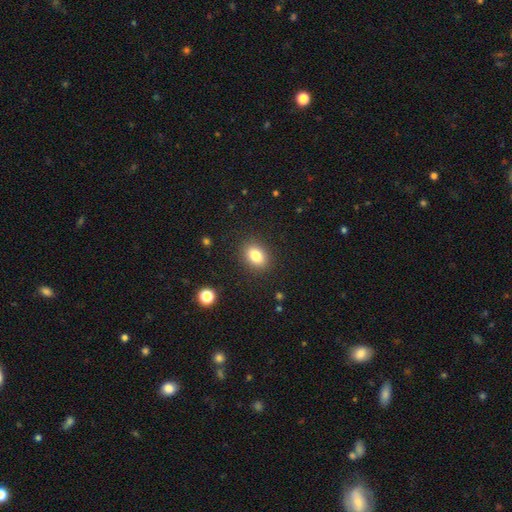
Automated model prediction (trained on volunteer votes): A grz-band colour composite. It shows a smooth galaxy with no disk features (83%) that is in between round and cigar-shaped (75%). Merging: none (88%).